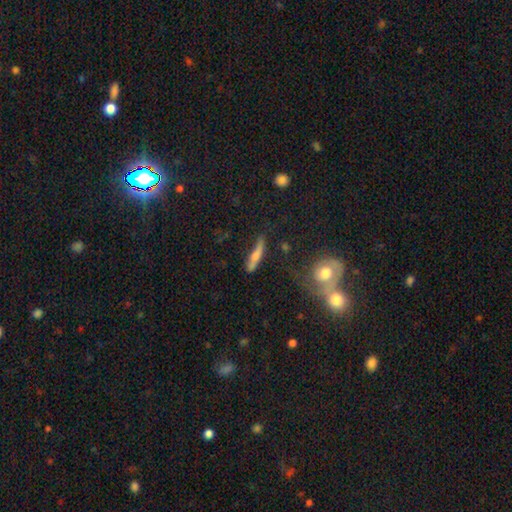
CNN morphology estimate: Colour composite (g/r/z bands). It shows a smooth galaxy with no disk features (62%) that is cigar-shaped (85%). Merging: none (64%).